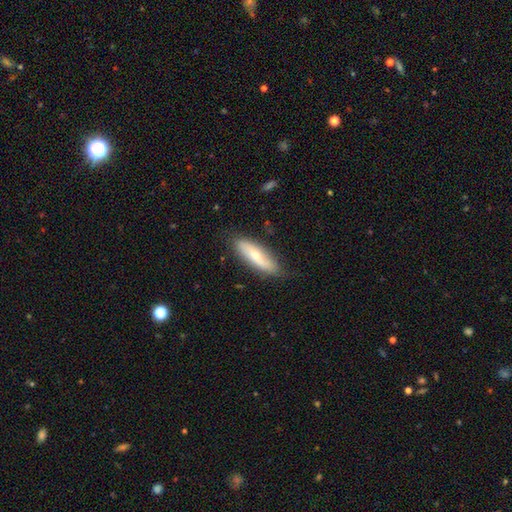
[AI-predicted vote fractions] Q: Smooth or featured?
A: smooth (55%); runner-up: featured or disk (39%)
Q: How rounded?
A: cigar-shaped (57%); runner-up: in between (40%)
Q: Merging?
A: none (79%); runner-up: minor disturbance (16%)